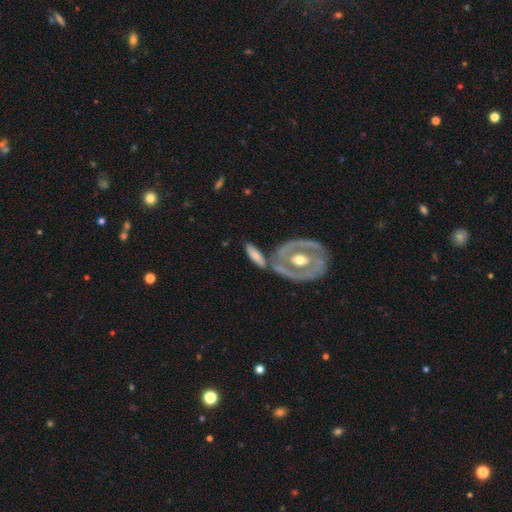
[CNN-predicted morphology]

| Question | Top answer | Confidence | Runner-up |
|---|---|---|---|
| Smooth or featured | smooth | 54% | featured or disk (41%) |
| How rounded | in between | 70% | cigar-shaped (25%) |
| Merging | none | 56% | merger (24%) |